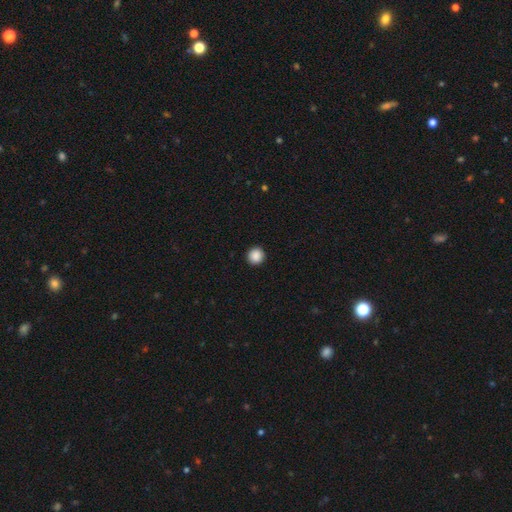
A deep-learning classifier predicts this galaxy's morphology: Q: Smooth or featured?
A: smooth (89%); runner-up: star or artifact (9%)
Q: How rounded?
A: round (95%); runner-up: in between (4%)
Q: Merging?
A: none (93%); runner-up: minor disturbance (4%)